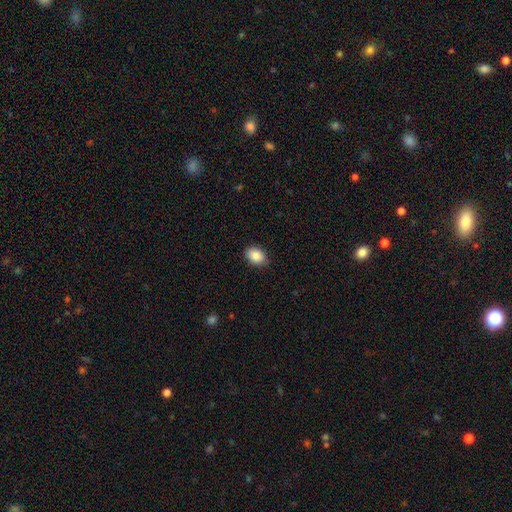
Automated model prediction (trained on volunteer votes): A smooth galaxy with no disk features (89%) that is in between round and cigar-shaped (83%). Merging: none (87%).